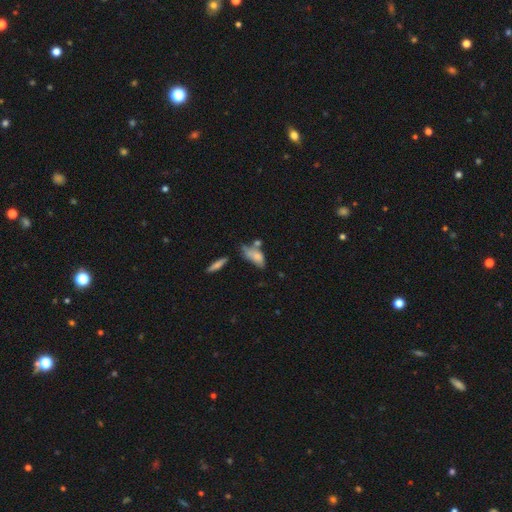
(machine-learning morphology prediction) Q: Smooth or featured?
A: smooth (72%); runner-up: featured or disk (19%)
Q: How rounded?
A: in between (81%); runner-up: cigar-shaped (15%)
Q: Merging?
A: none (32%); runner-up: minor disturbance (27%)